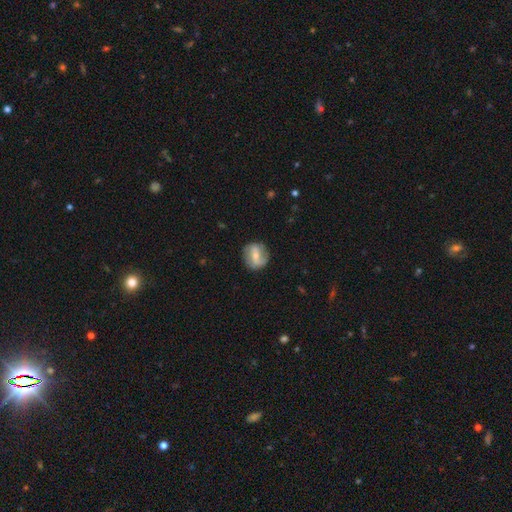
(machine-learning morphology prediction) Smooth or featured? Predicted: featured or disk (p=0.66). Edge-on disk? Predicted: no (p=0.97). Bar? Predicted: weak (p=0.44). Spiral arms? Predicted: yes (p=0.85). Spiral winding? Predicted: medium (p=0.40). Spiral arm count? Predicted: 2 (p=0.81). Bulge size? Predicted: small (p=0.50). Merging? Predicted: none (p=0.81).